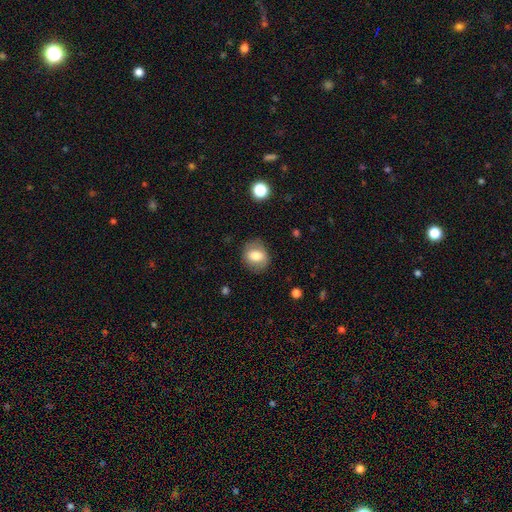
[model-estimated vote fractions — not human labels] Overall: smooth (72%). How rounded: round (54%; in between 45%). Merging: none (82%).